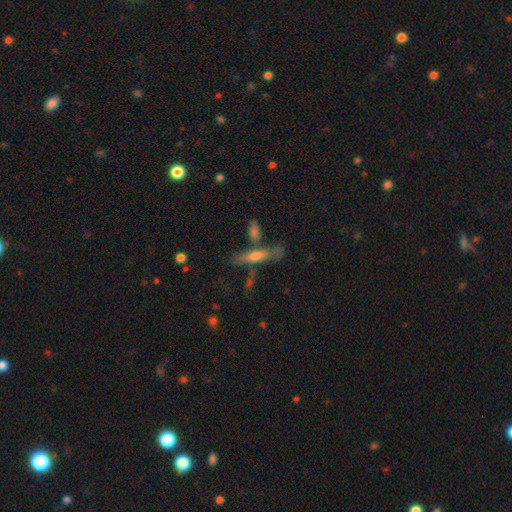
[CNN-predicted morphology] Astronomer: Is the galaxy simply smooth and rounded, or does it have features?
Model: featured or disk — 53% (runner-up: smooth, 37%).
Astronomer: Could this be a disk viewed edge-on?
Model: yes — 83%.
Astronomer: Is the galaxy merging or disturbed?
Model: none — 62%.